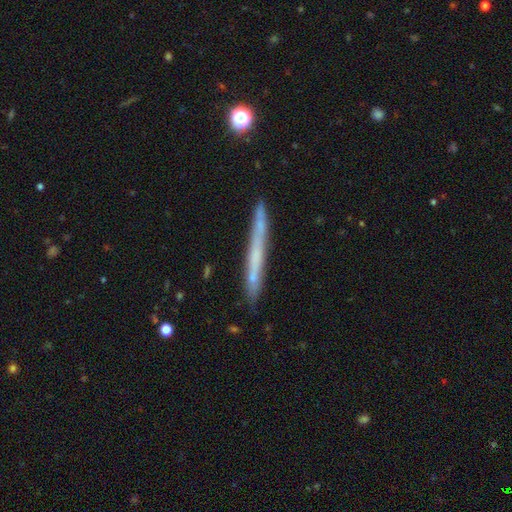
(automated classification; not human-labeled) The model was most divided on "smooth or featured": smooth: 48%, featured or disk: 45%, star or artifact: 7%. More confident: merging — none (83%).